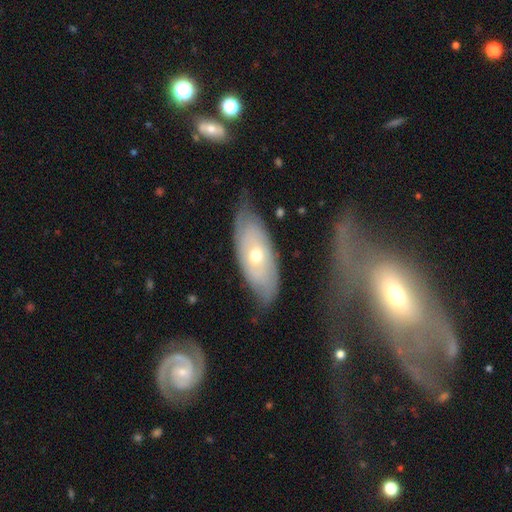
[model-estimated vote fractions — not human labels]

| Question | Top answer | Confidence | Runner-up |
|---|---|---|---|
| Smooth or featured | featured or disk | 63% | smooth (30%) |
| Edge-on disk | no | 84% | yes (16%) |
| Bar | no | 81% | weak (14%) |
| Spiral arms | yes | 63% | no (37%) |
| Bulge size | moderate | 60% | small (35%) |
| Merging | none | 69% | minor disturbance (21%) |